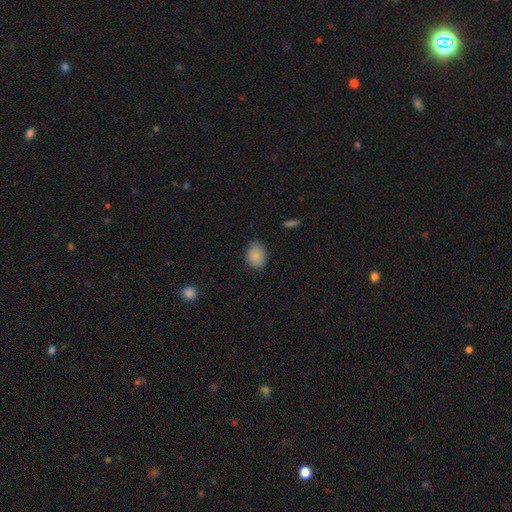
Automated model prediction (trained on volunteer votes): This appears to be a smooth galaxy with no disk features (87%) that is in between round and cigar-shaped (67%). Merging: none (78%).